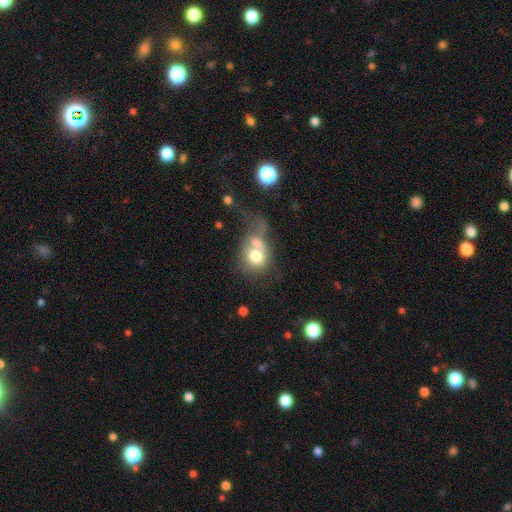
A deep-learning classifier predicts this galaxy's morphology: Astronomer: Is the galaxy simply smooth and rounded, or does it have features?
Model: smooth — 68%.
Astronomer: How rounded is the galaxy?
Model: round — 60% (runner-up: in between, 39%).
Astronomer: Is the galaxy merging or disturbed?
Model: merger — 54%.